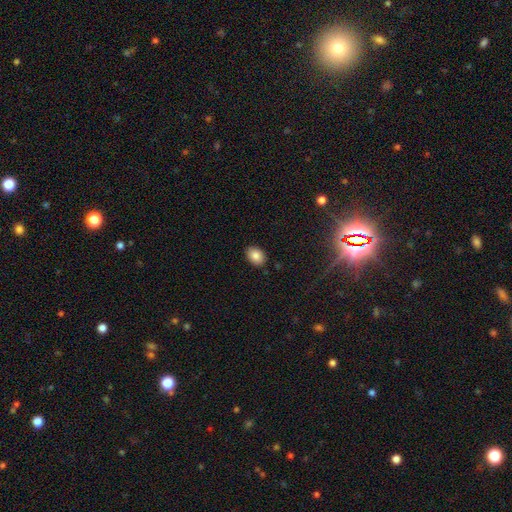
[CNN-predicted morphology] type=smooth (85%); roundness=in between (74%); merging=none (88%).